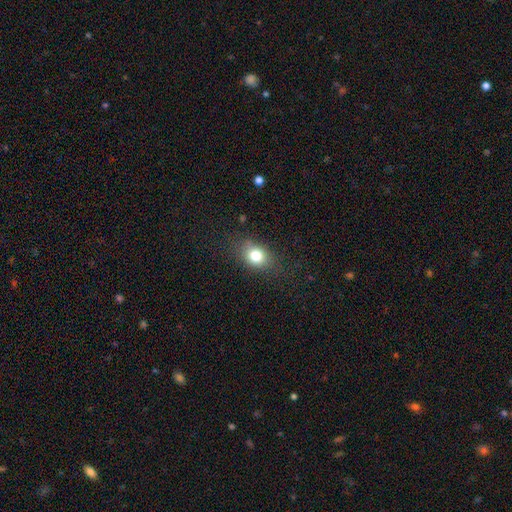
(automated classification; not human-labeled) A smooth galaxy with no disk features (78%) that is in between round and cigar-shaped (55%). Merging: none (76%).